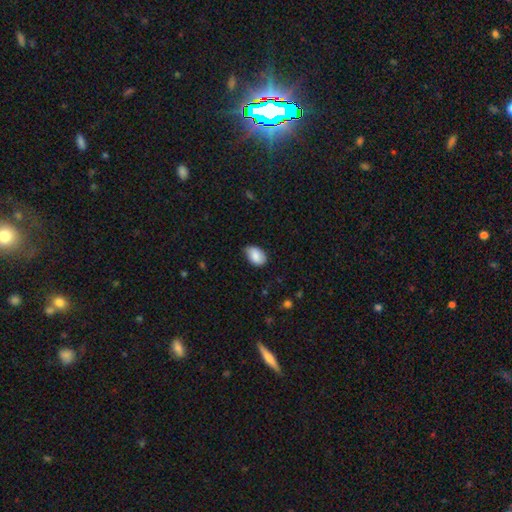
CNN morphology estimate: This is clearly a smooth galaxy (83%). How rounded: clearly in between (88%). Merging: likely none (69%).